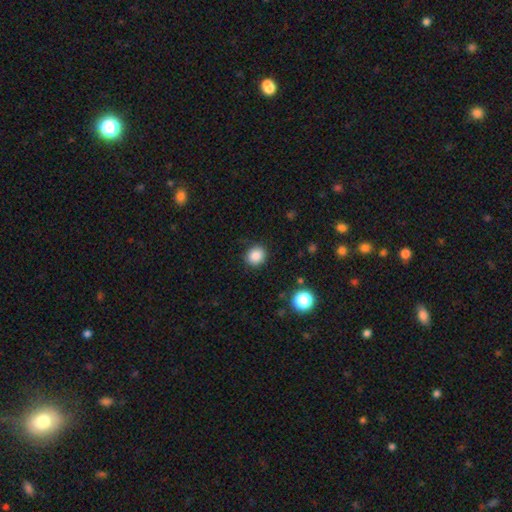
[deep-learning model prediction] smooth-or-featured: smooth: 86% | star or artifact: 11% | featured or disk: 4%
  how-rounded: round: 79% | in between: 20% | cigar-shaped: 1%
  merging: none: 86% | minor disturbance: 9% | major disturbance: 3% | merger: 1%